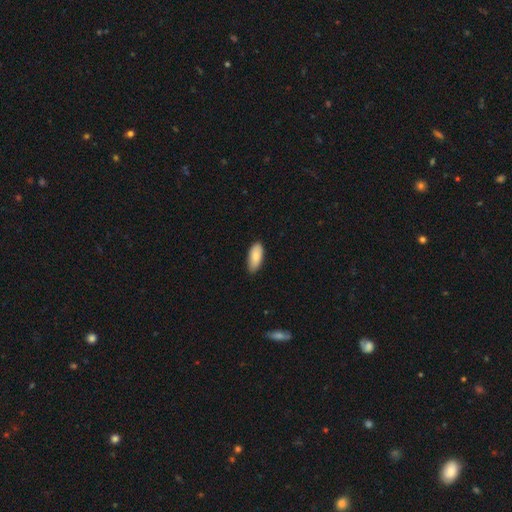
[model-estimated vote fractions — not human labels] Overall: smooth (85%). How rounded: in between (88%). Merging: none (80%).